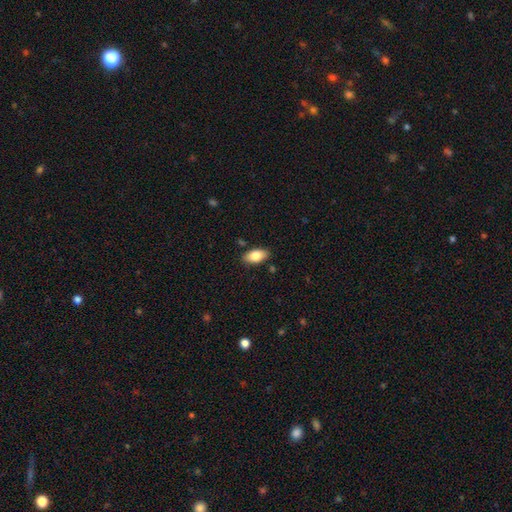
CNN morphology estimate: A smooth galaxy with no disk features (81%) that is in between round and cigar-shaped (92%).

Vote fractions:
- Smooth or featured? smooth: 81% / featured or disk: 13% / star or artifact: 7%
- How rounded? in between: 92% / cigar-shaped: 5% / round: 3%
- Merging? none: 86% / minor disturbance: 10% / major disturbance: 2% / merger: 2%